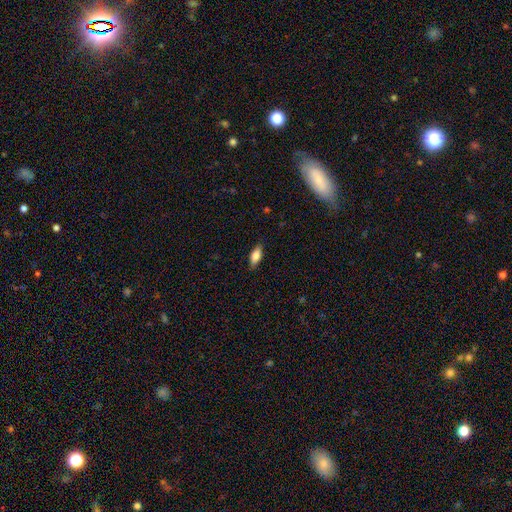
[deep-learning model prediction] The model was most divided on "how rounded": in between: 80%, cigar-shaped: 17%, round: 3%. More confident: merging — none (86%); smooth or featured — smooth (78%).